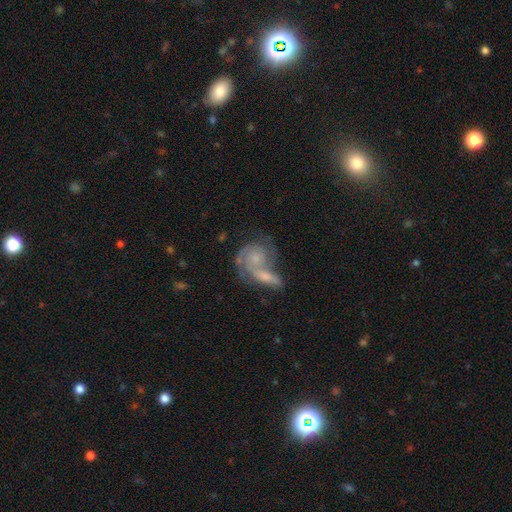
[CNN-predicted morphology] This is likely a featured or disk galaxy (65%). It is clearly not viewed edge-on (96%). Bar: likely no (78%). Spiral arm pattern: clearly yes (83%). Spiral arm count: possibly 2 (49%). Spiral winding: possibly tight (49%). Central bulge: possibly small (53%). Merging: possibly merger (56%).